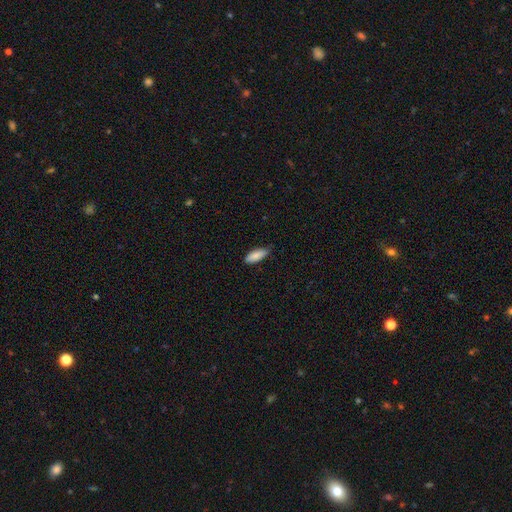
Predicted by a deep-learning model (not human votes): Morphology: type=smooth (88%); roundness=in between (76%); merging=none (81%).